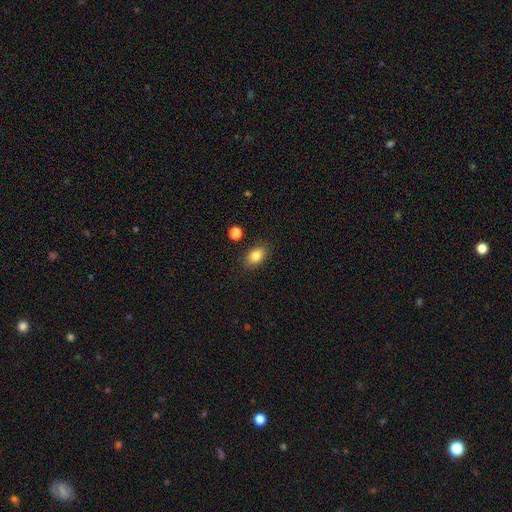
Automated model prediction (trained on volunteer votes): A smooth galaxy with no disk features (83%) that is in between round and cigar-shaped (79%). Merging: none (84%).